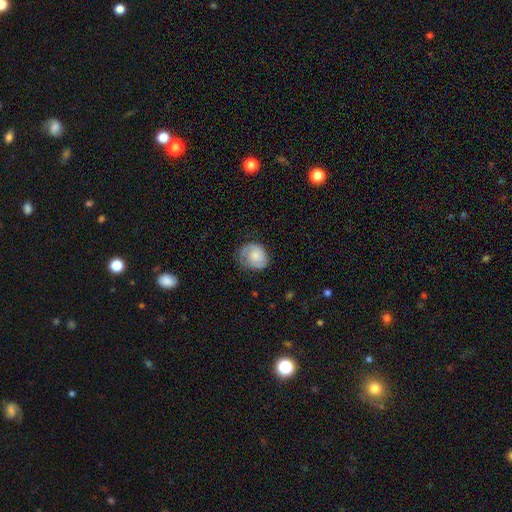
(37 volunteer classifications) This appears to be a smooth galaxy with no disk features (46%, tied with featured or disk) that is round (65%). Merging: none (56%).